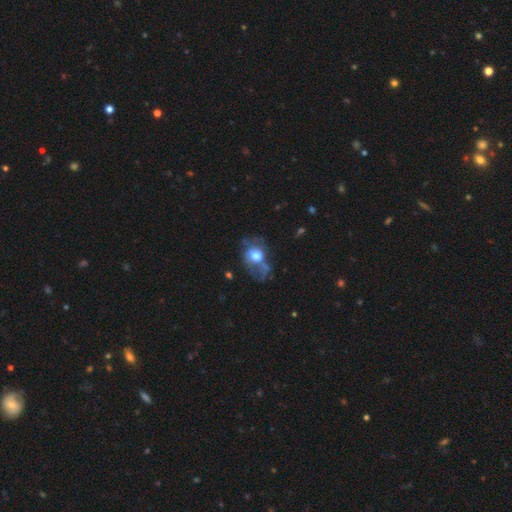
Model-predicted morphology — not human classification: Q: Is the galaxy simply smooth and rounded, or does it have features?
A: smooth — 50%.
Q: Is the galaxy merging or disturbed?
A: major disturbance — 42%.